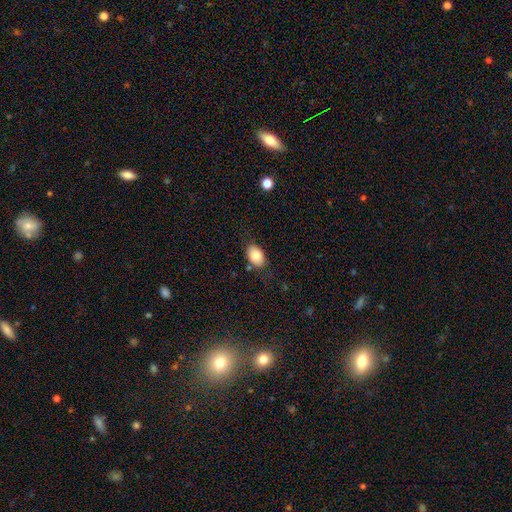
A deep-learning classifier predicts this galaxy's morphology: Smooth or featured? Predicted: smooth (p=0.83). How rounded? Predicted: in between (p=0.85). Merging? Predicted: none (p=0.79).